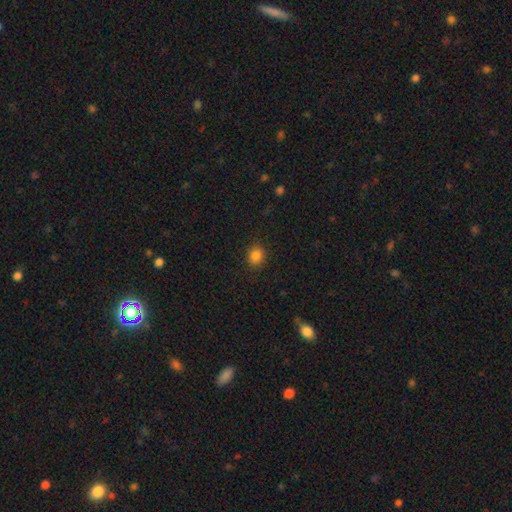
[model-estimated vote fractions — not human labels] A smooth galaxy with no disk features (85%) that is round (72%). Merging: none (87%).